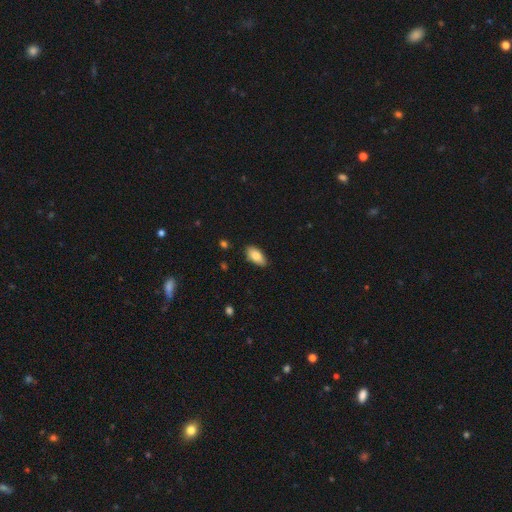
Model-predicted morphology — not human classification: Smooth or featured? smooth (82%)
How rounded? in between (92%)
Merging? none (86%)